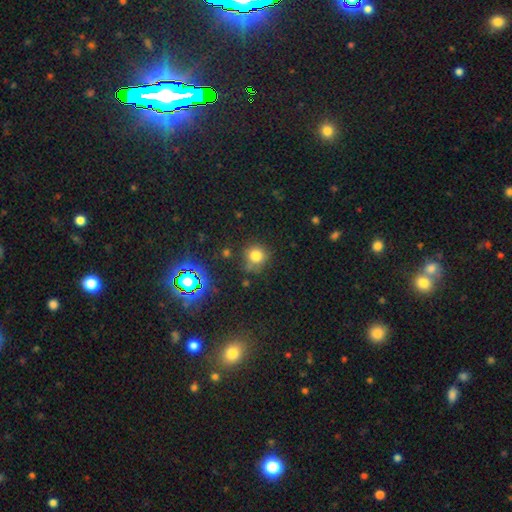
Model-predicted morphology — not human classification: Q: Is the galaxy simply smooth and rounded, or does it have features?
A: smooth — 75%.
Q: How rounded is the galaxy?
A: round — 88%.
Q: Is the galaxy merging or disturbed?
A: none — 72%.